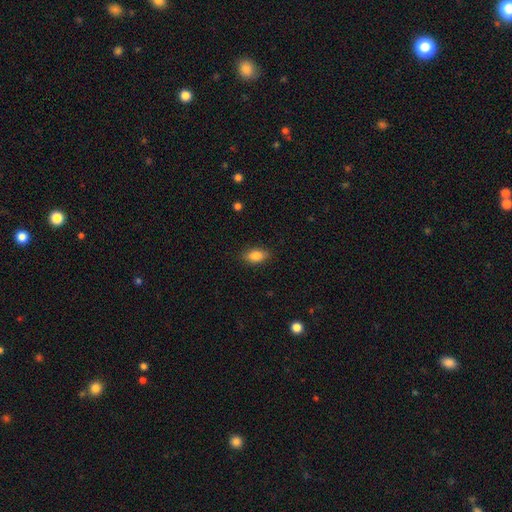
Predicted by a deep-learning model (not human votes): Smooth or featured? Predicted: smooth (p=0.83). How rounded? Predicted: in between (p=0.86). Merging? Predicted: none (p=0.86).